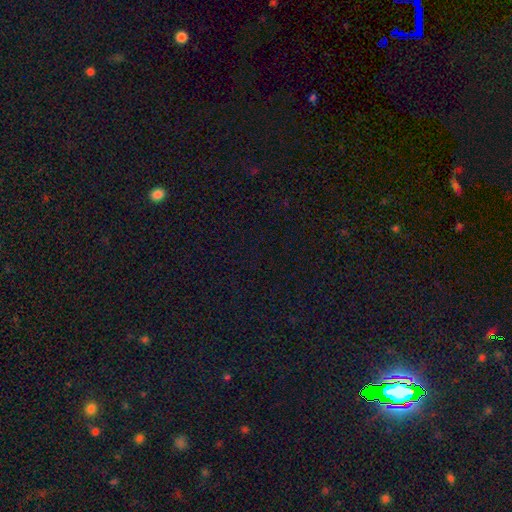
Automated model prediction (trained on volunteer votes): The model was most divided on "smooth or featured": star or artifact: 75%, smooth: 17%, featured or disk: 8%.